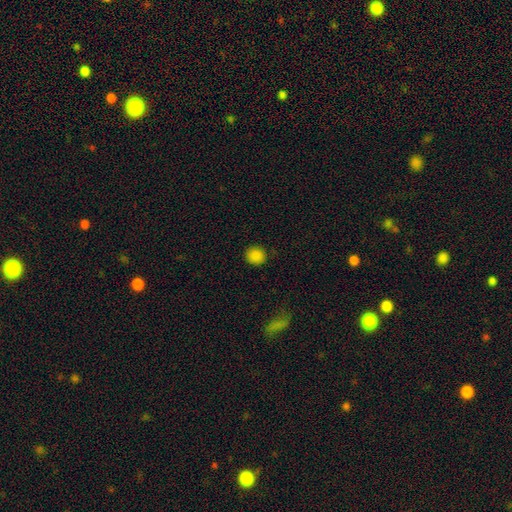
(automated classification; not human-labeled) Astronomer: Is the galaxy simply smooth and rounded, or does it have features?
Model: smooth — 85%.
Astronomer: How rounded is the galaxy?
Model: round — 87%.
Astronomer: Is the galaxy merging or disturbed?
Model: none — 90%.